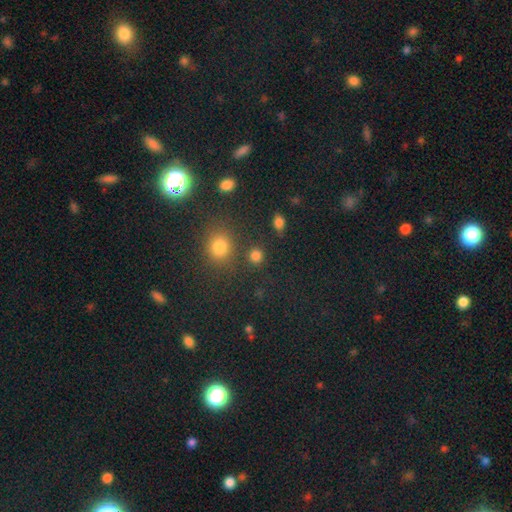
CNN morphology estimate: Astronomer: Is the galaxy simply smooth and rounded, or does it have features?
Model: smooth — 81%.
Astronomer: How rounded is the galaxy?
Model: round — 87%.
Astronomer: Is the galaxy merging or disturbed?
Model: none — 82%.